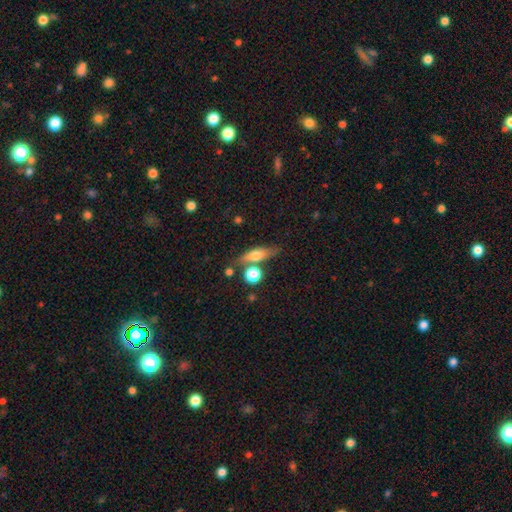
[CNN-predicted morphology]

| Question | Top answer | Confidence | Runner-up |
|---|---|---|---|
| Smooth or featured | smooth | 56% | featured or disk (36%) |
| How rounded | cigar-shaped | 46% | in between (44%) |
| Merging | none | 66% | merger (15%) |